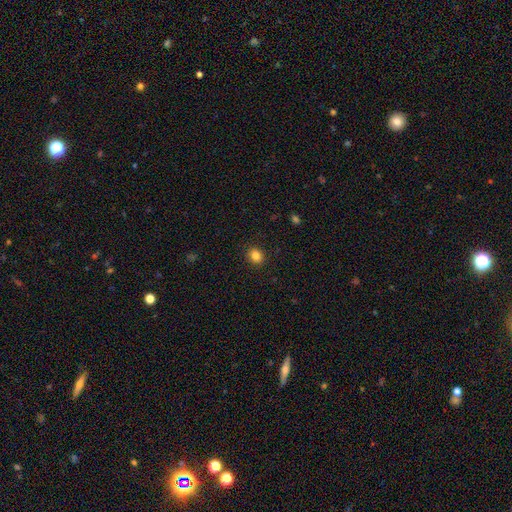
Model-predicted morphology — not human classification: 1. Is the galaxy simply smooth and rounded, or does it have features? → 84% smooth, 11% star or artifact, 5% featured or disk.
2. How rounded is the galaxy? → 64% round, 35% in between, 1% cigar-shaped.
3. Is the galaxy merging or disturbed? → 91% none, 6% minor disturbance, 2% major disturbance, 1% merger.